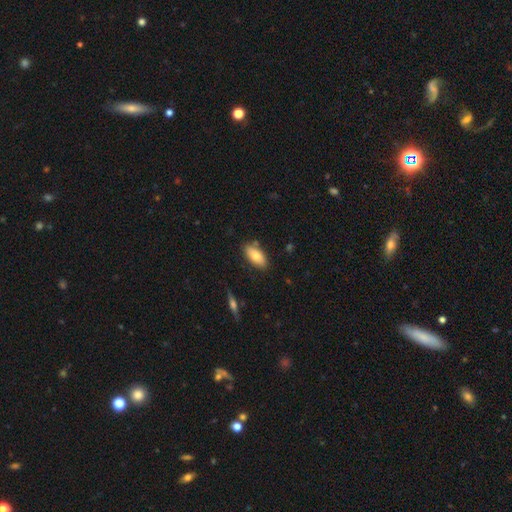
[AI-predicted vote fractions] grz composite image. It shows a smooth galaxy with no disk features (78%) that is in between round and cigar-shaped (89%). Merging: none (80%).